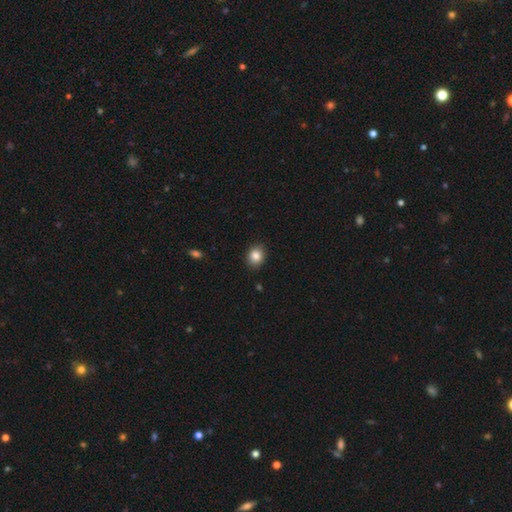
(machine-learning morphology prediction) A smooth galaxy with no disk features (85%) that is round (56%). Merging: none (88%).